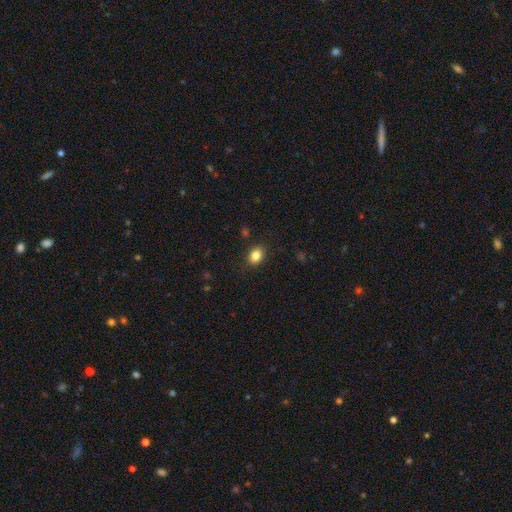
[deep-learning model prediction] This is clearly a smooth galaxy (85%). How rounded: likely in between (69%). Merging: clearly none (87%).